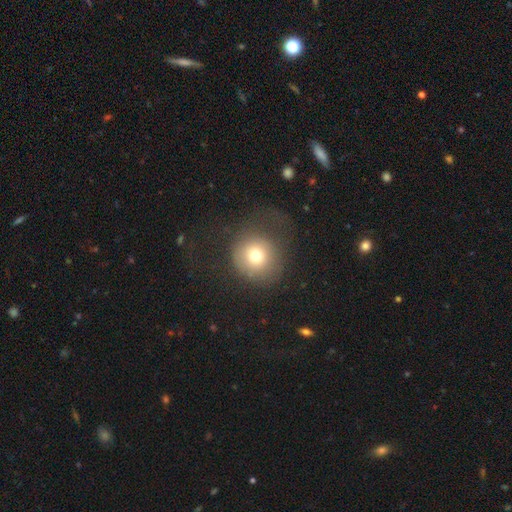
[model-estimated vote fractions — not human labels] smooth 74%, featured or disk 14%, star or artifact 12%. Down the decision tree: how rounded — round (88%); merging — none (54%).